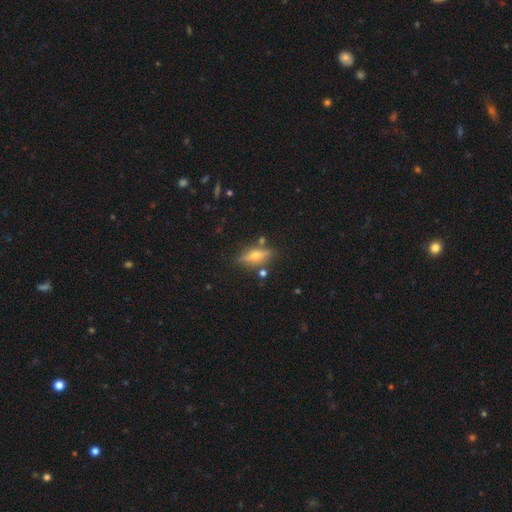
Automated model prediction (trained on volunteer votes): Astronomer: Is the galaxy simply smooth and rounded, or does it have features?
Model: featured or disk — 58% (runner-up: smooth, 34%).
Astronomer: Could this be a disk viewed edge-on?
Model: yes — 89%.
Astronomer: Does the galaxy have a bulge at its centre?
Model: rounded — 94%.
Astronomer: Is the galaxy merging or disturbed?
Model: none — 80%.